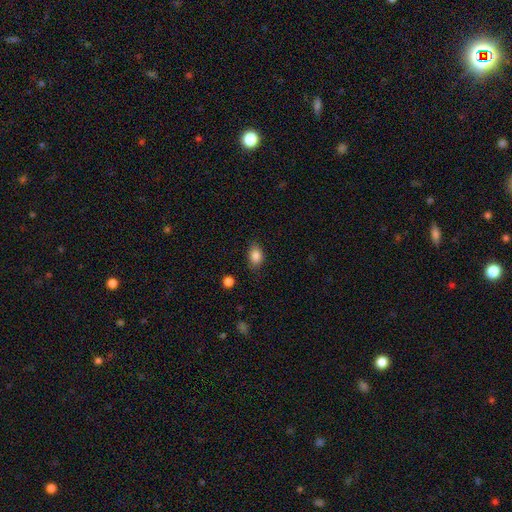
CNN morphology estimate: smooth_or_featured: smooth (p=0.85) [alt: star or artifact p=0.09]
how_rounded: in between (p=0.78) [alt: round p=0.20]
merging: none (p=0.80) [alt: minor disturbance p=0.15]